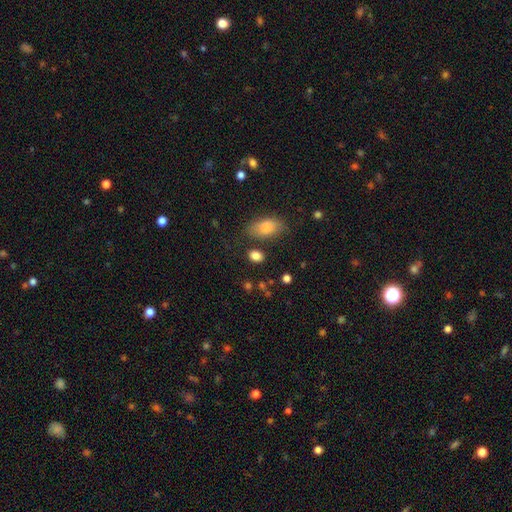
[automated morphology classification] Smooth or featured? Predicted: smooth (p=0.84). How rounded? Predicted: in between (p=0.72). Merging? Predicted: none (p=0.75).